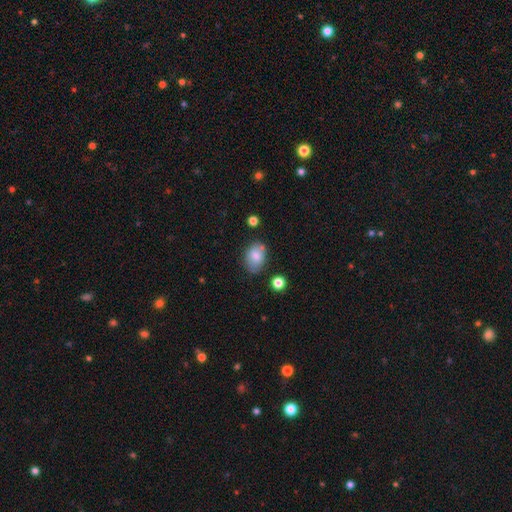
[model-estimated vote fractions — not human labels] The model was most divided on "merging": none: 68%, minor disturbance: 21%, merger: 6%, major disturbance: 5%. More confident: how rounded — in between (82%); smooth or featured — smooth (80%).